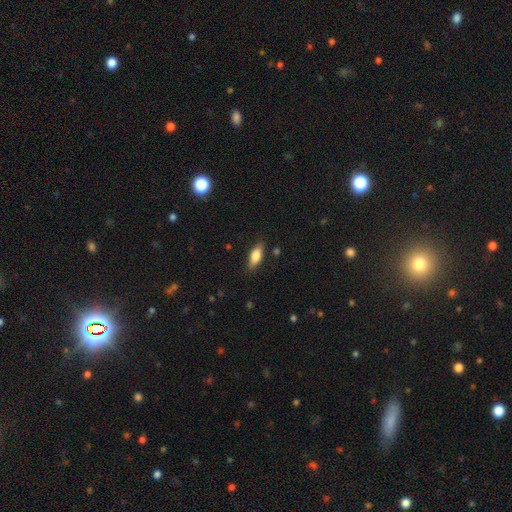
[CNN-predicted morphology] smooth 76%, featured or disk 17%, star or artifact 7%. Down the decision tree: how rounded — in between (73%); merging — none (83%).